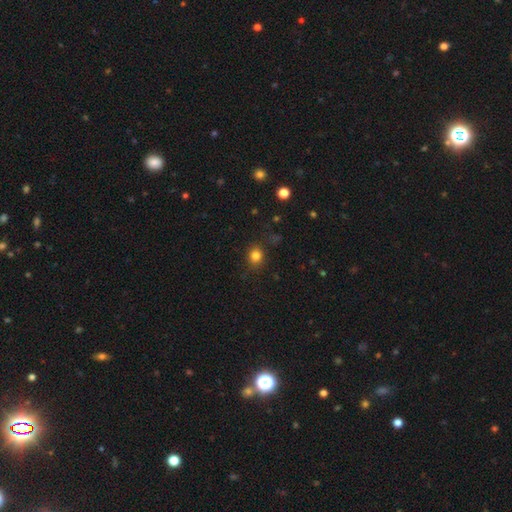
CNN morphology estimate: Smooth or featured?
  - smooth: 82% *
  - star or artifact: 13%
  - featured or disk: 5%
How rounded?
  - round: 72% *
  - in between: 27%
  - cigar-shaped: 1%
Merging?
  - none: 84% *
  - minor disturbance: 11%
  - major disturbance: 3%
  - merger: 1%